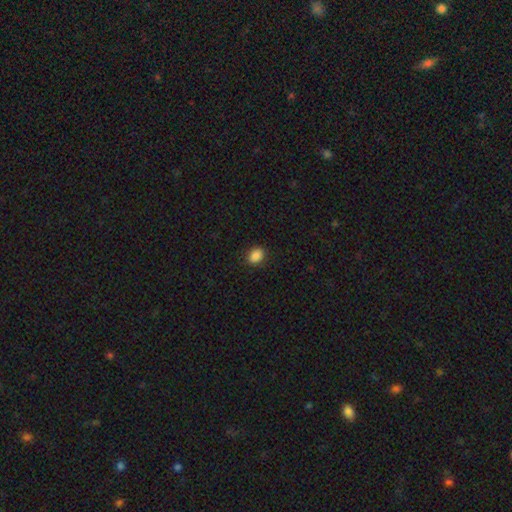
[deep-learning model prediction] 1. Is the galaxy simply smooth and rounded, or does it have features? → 88% smooth, 9% star or artifact, 3% featured or disk.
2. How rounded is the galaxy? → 69% in between, 30% round, 1% cigar-shaped.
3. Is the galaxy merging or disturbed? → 88% none, 9% minor disturbance, 2% major disturbance, 1% merger.